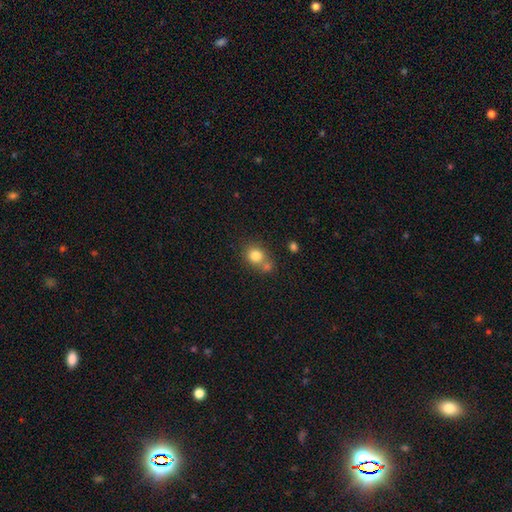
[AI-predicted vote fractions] Q: Smooth or featured?
A: smooth (80%); runner-up: star or artifact (11%)
Q: How rounded?
A: round (73%); runner-up: in between (26%)
Q: Merging?
A: none (52%); runner-up: merger (34%)